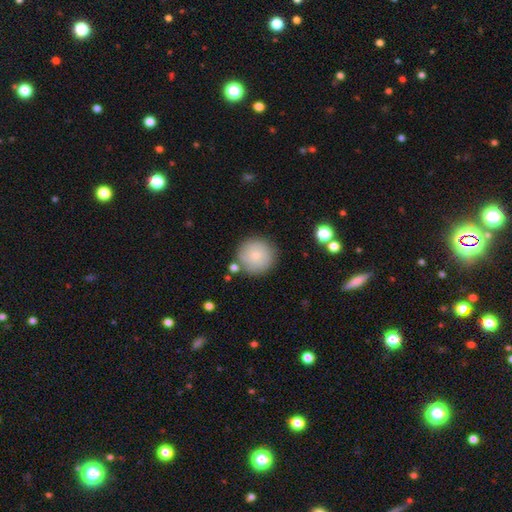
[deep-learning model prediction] This is likely a smooth galaxy (79%). How rounded: clearly round (96%). Merging: clearly none (81%).